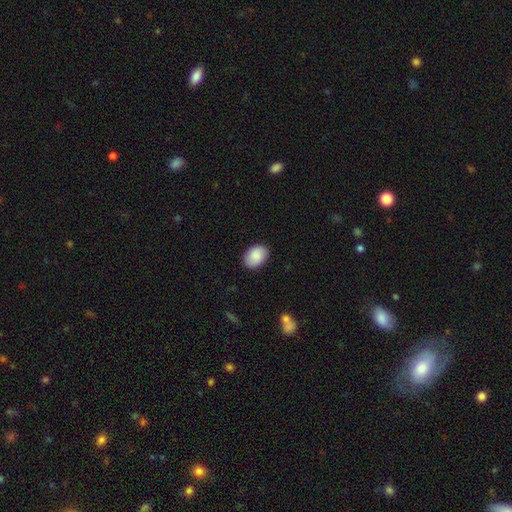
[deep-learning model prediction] smooth 90%, star or artifact 6%, featured or disk 4%. Down the decision tree: how rounded — in between (83%); merging — none (88%).